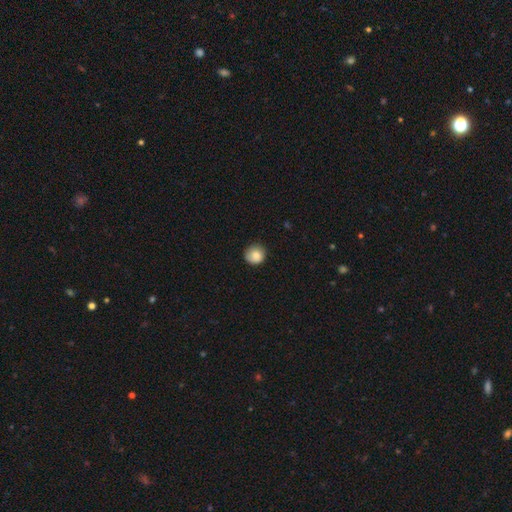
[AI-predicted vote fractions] Smooth or featured?
  - smooth: 84% *
  - star or artifact: 8%
  - featured or disk: 8%
How rounded?
  - round: 91% *
  - in between: 8%
  - cigar-shaped: 1%
Merging?
  - none: 81% *
  - minor disturbance: 15%
  - major disturbance: 3%
  - merger: 1%